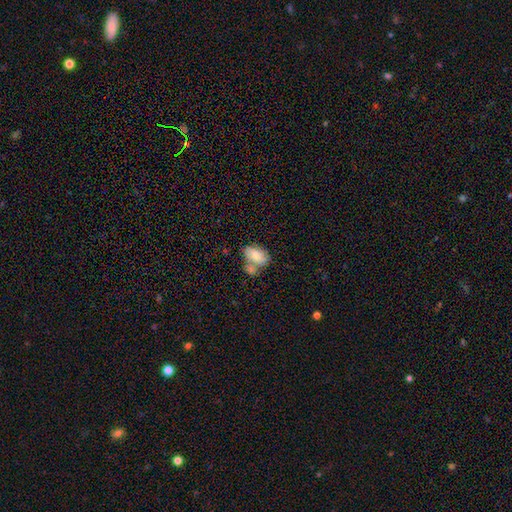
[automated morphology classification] type=smooth (72%); roundness=in between (88%); merging=merger (42%).